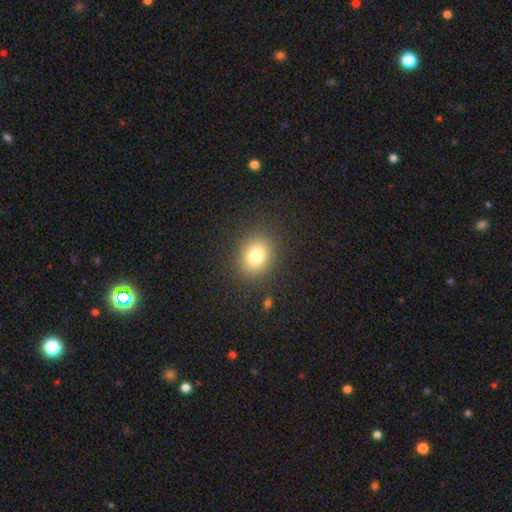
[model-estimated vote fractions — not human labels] The model was most divided on "how rounded": round: 61%, in between: 38%, cigar-shaped: 1%. More confident: merging — none (87%); smooth or featured — smooth (79%).